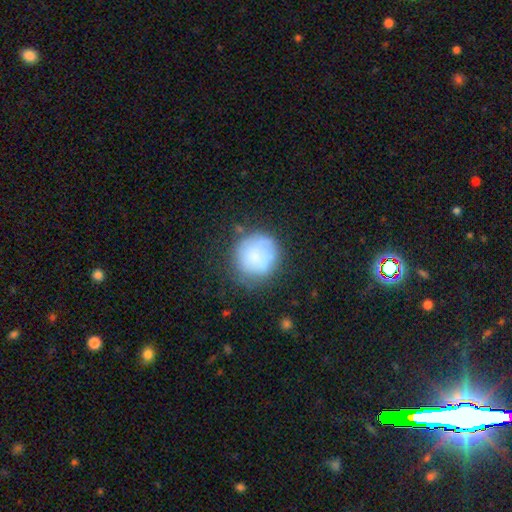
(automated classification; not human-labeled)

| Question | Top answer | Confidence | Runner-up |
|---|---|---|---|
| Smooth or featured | smooth | 73% | featured or disk (18%) |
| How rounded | round | 89% | in between (10%) |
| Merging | none | 64% | minor disturbance (23%) |